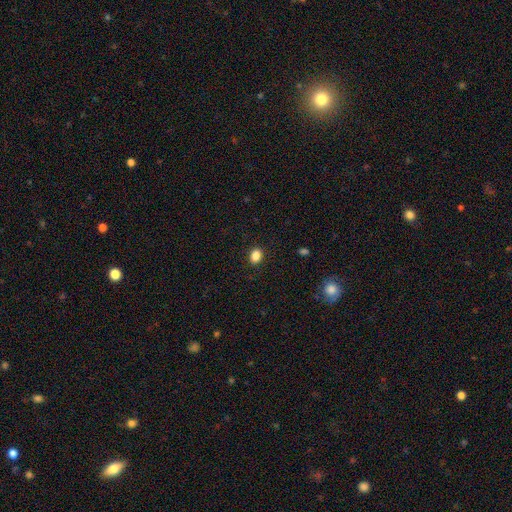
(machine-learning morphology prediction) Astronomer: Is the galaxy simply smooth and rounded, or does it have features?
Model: smooth — 86%.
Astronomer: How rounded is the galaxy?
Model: in between — 59% (runner-up: round, 40%).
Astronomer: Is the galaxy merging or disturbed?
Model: none — 90%.